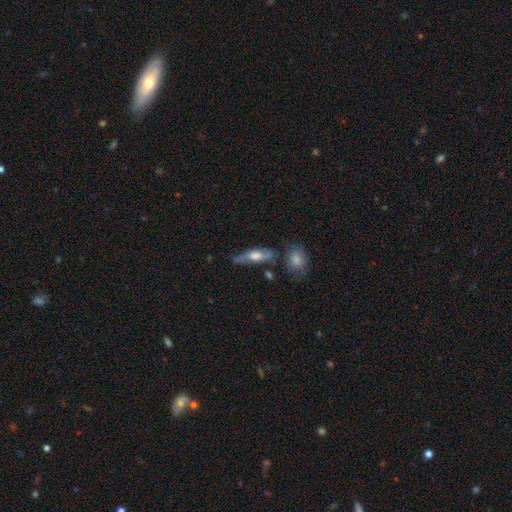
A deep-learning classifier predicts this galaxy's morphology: A featured or disk galaxy (51%) viewed edge-on (62%).

Vote fractions:
- Smooth or featured? featured or disk: 51% / smooth: 42% / star or artifact: 7%
- Edge-on disk? yes: 62% / no: 38%
- Merging? none: 62% / minor disturbance: 22% / merger: 8% / major disturbance: 8%